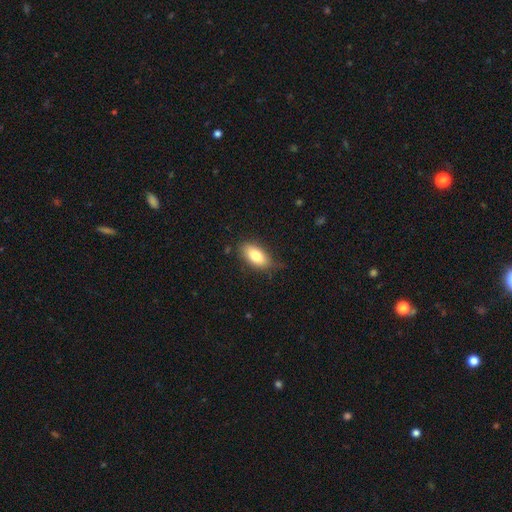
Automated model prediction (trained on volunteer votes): A smooth galaxy with no disk features (79%) that is in between round and cigar-shaped (89%).

Vote fractions:
- Smooth or featured? smooth: 79% / featured or disk: 14% / star or artifact: 7%
- How rounded? in between: 89% / cigar-shaped: 7% / round: 4%
- Merging? none: 72% / minor disturbance: 22% / major disturbance: 5% / merger: 1%